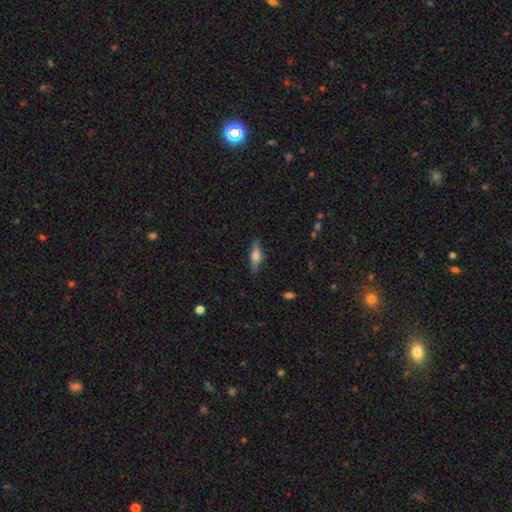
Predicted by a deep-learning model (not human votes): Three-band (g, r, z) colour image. It shows a smooth galaxy with no disk features (66%) that is cigar-shaped (49%). Merging: none (84%).